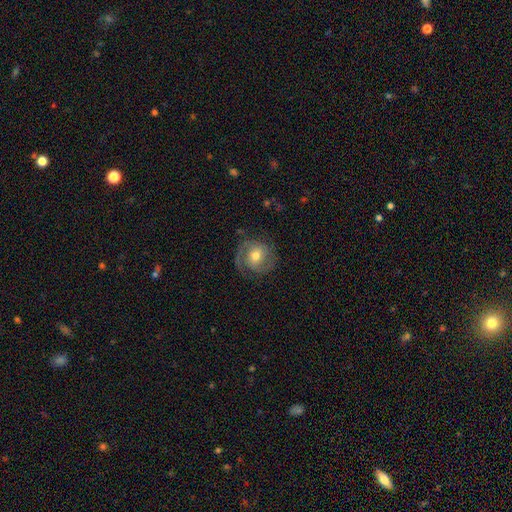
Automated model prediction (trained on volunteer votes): Smooth or featured? Predicted: featured or disk (p=0.70). Edge-on disk? Predicted: no (p=0.97). Bar? Predicted: no (p=0.43, tied with weak). Spiral arms? Predicted: yes (p=0.90). Spiral winding? Predicted: medium (p=0.43). Spiral arm count? Predicted: 2 (p=0.71). Bulge size? Predicted: moderate (p=0.68). Merging? Predicted: none (p=0.73).